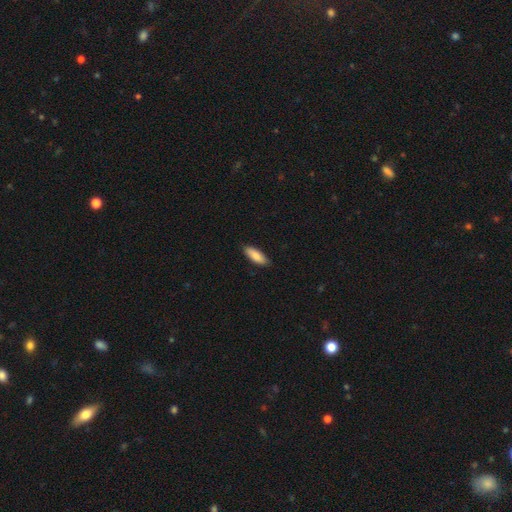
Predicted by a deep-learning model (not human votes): The model was most divided on "how rounded": in between: 68%, cigar-shaped: 30%, round: 2%. More confident: merging — none (86%); smooth or featured — smooth (85%).